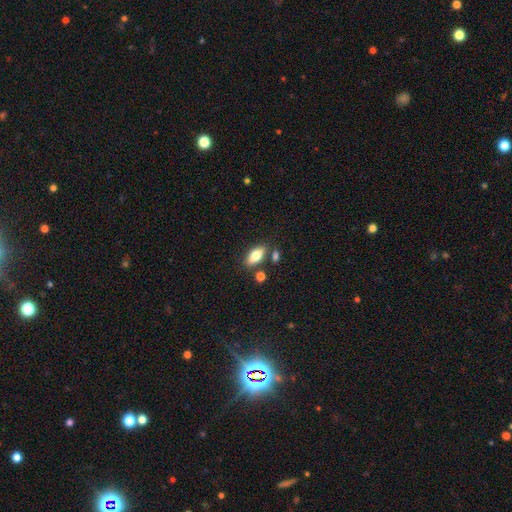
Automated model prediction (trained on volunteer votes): Smooth or featured: smooth — 75% (featured or disk — 17%)
How rounded: in between — 86% (cigar-shaped — 10%)
Merging: none — 77% (minor disturbance — 11%)